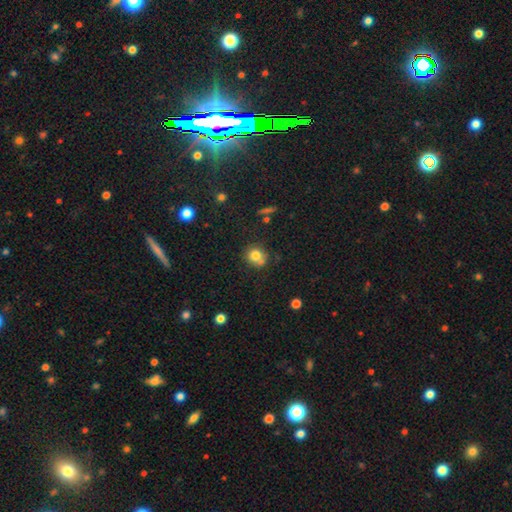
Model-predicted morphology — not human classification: Smooth or featured: smooth — 77% (star or artifact — 12%)
How rounded: round — 82% (in between — 17%)
Merging: none — 61% (merger — 18%)